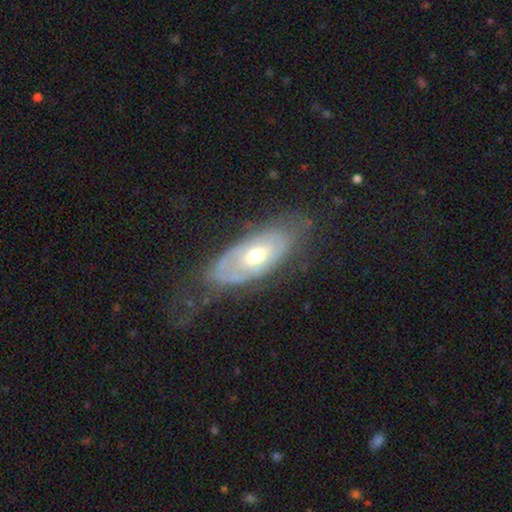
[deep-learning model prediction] This is likely a featured or disk galaxy (69%). It is clearly not viewed edge-on (85%). Bar: likely no (72%). Spiral arm pattern: possibly yes (55%). Central bulge: likely moderate (72%). Merging: likely none (63%).